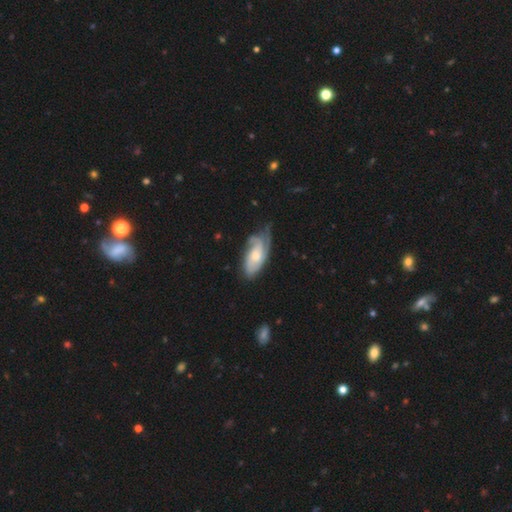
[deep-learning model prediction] A featured or disk galaxy (74%) with no bar (68%), tight (50%) spiral arms (93%) and a moderate central bulge (50%).

Vote fractions:
- Smooth or featured? featured or disk: 74% / smooth: 21% / star or artifact: 5%
- Edge-on disk? no: 93% / yes: 7%
- Bar? no: 68% / weak: 27% / strong: 5%
- Spiral arms? yes: 93% / no: 7%
- Spiral winding? tight: 50% / medium: 36% / loose: 14%
- Spiral arm count? can't tell: 31% / 2: 28% / 3: 23% / 1: 8% / 4: 6% / more than 4: 4%
- Bulge size? moderate: 50% / small: 42% / large: 4% / none: 3% / dominant: 1%
- Merging? none: 50% / minor disturbance: 31% / major disturbance: 17% / merger: 2%